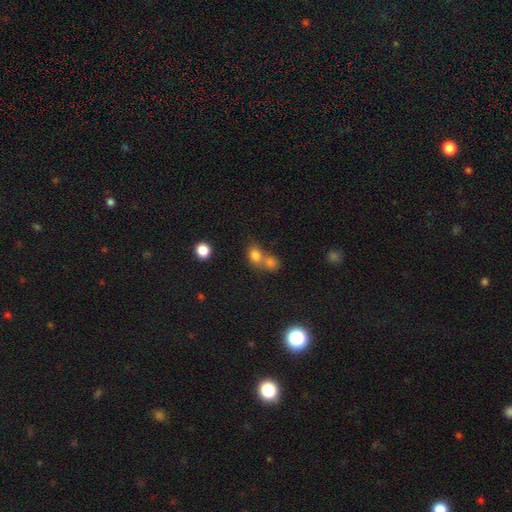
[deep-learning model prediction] This appears to be a smooth galaxy with no disk features (78%) that is round (51%). Merging: merger (58%).